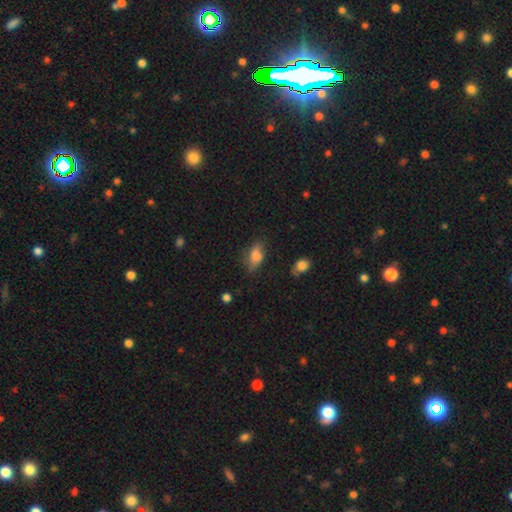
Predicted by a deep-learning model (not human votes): smooth-or-featured: smooth: 75% | featured or disk: 15% | star or artifact: 10%
  how-rounded: in between: 85% | round: 9% | cigar-shaped: 6%
  merging: none: 54% | minor disturbance: 31% | major disturbance: 13% | merger: 3%